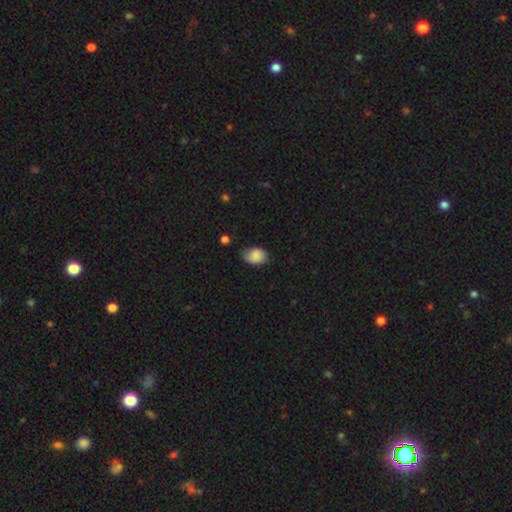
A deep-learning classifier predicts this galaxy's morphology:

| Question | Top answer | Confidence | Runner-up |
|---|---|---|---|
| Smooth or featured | smooth | 83% | featured or disk (9%) |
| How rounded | in between | 78% | round (21%) |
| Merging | none | 60% | minor disturbance (32%) |